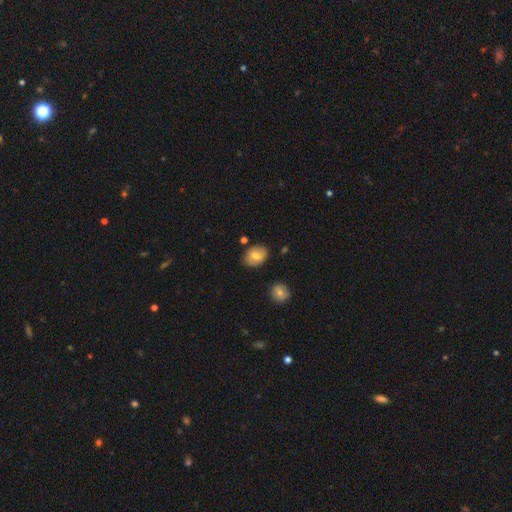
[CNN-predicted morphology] Smooth or featured: smooth — 69% (featured or disk — 23%)
How rounded: in between — 62% (round — 36%)
Merging: none — 81% (minor disturbance — 13%)